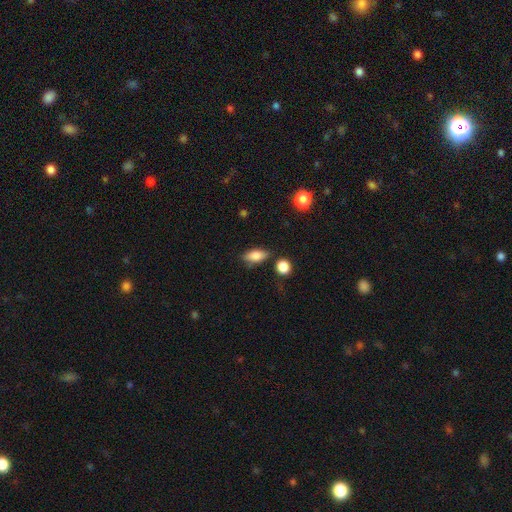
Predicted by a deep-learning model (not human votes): Smooth or featured: smooth — 78% (featured or disk — 14%)
How rounded: in between — 82% (cigar-shaped — 12%)
Merging: none — 76% (minor disturbance — 16%)